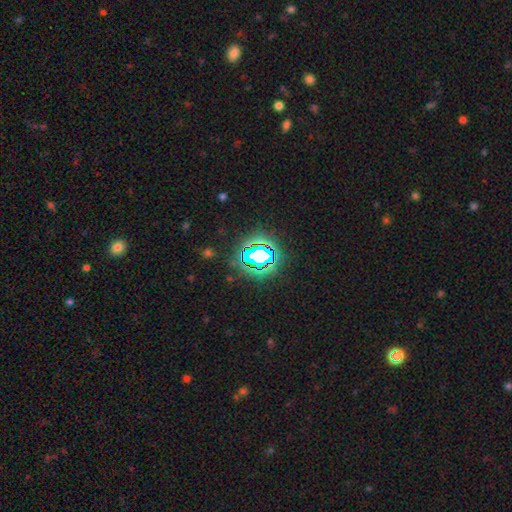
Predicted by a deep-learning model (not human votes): Smooth or featured: star or artifact — 71% (smooth — 17%)